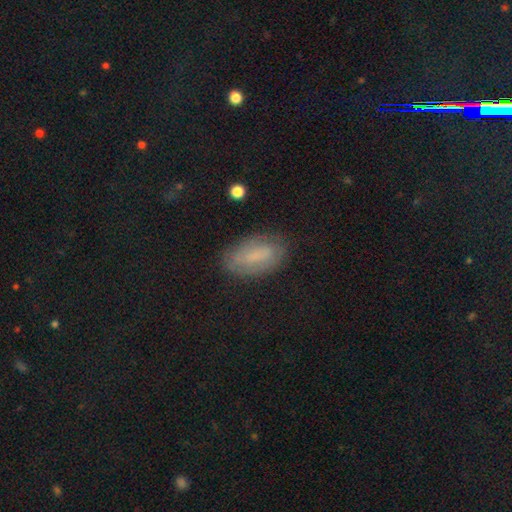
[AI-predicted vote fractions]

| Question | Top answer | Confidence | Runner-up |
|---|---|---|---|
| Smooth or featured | smooth | 57% | featured or disk (30%) |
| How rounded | in between | 90% | cigar-shaped (6%) |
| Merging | none | 77% | minor disturbance (17%) |